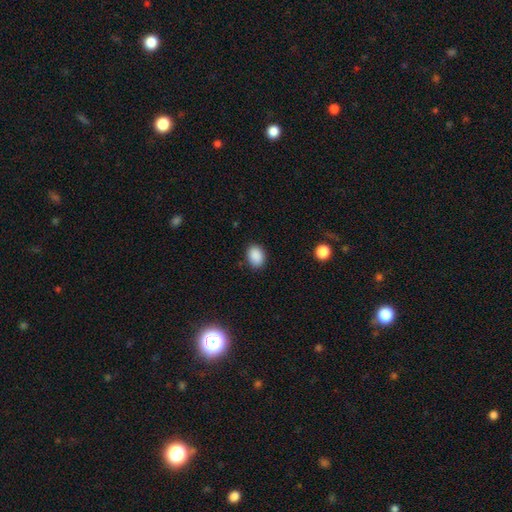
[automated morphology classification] smooth-or-featured: smooth: 89% | star or artifact: 8% | featured or disk: 3%
  how-rounded: in between: 72% | round: 27% | cigar-shaped: 1%
  merging: none: 86% | minor disturbance: 10% | major disturbance: 3% | merger: 1%